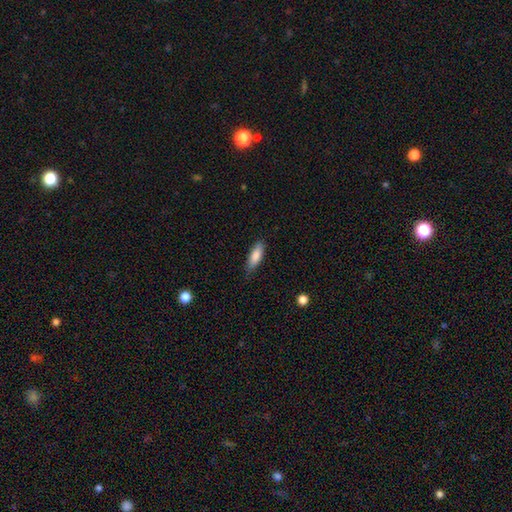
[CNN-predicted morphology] Q: Smooth or featured?
A: smooth (84%); runner-up: featured or disk (10%)
Q: How rounded?
A: in between (57%); runner-up: cigar-shaped (41%)
Q: Merging?
A: none (77%); runner-up: minor disturbance (18%)